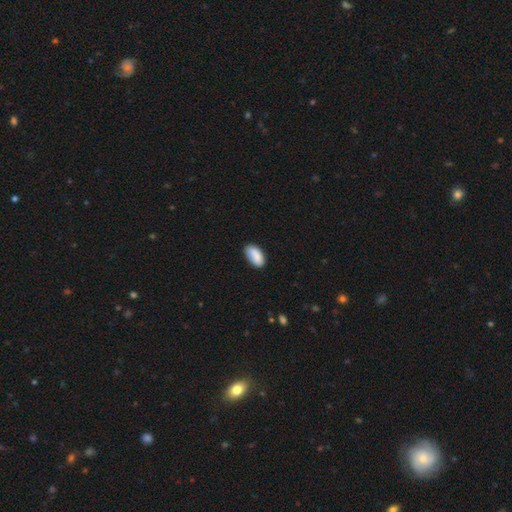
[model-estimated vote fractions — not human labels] The model was most divided on "merging": none: 75%, minor disturbance: 19%, major disturbance: 3%, merger: 3%. More confident: how rounded — in between (94%); smooth or featured — smooth (86%).